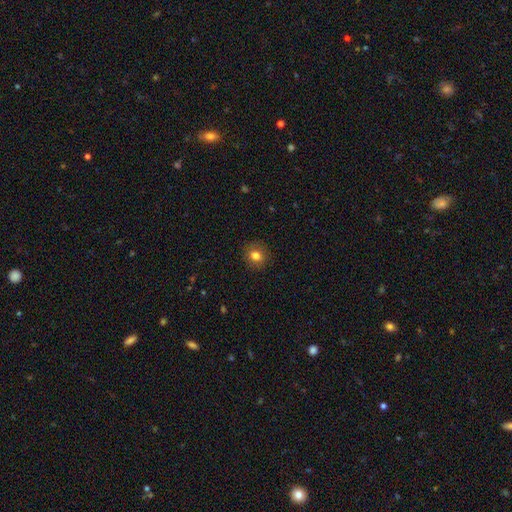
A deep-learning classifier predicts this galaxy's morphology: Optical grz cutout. It shows a smooth galaxy with no disk features (79%) that is round (80%). Merging: none (90%).